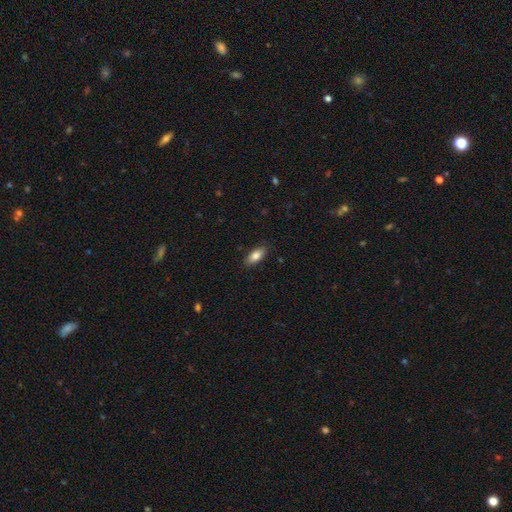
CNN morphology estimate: This is clearly a smooth galaxy (84%). How rounded: clearly in between (88%). Merging: clearly none (86%).